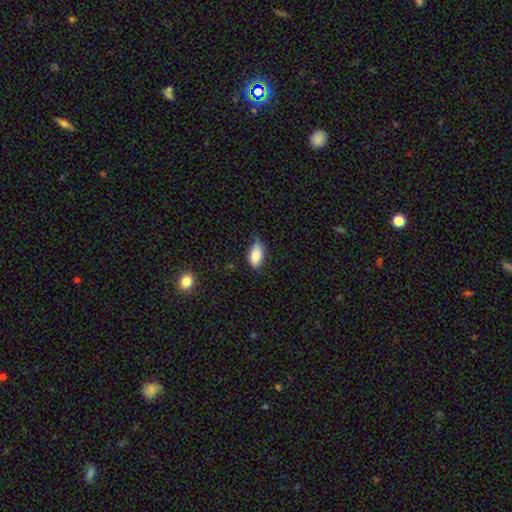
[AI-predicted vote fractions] Smooth or featured: smooth — 86% (star or artifact — 7%)
How rounded: in between — 92% (cigar-shaped — 5%)
Merging: none — 66% (minor disturbance — 27%)